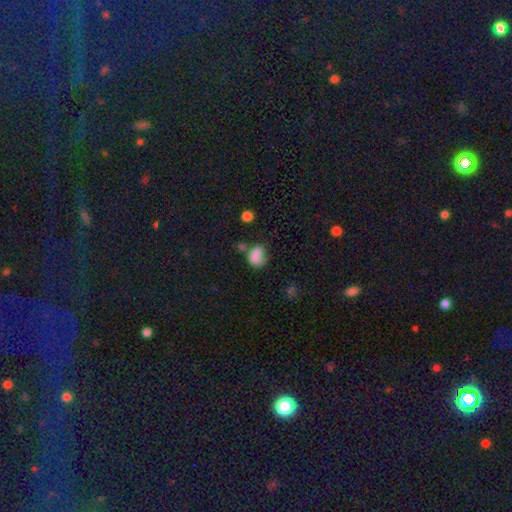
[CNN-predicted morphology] Overall: smooth (72%). How rounded: in between (63%; round 36%). Merging: merger (34%; none 27%).